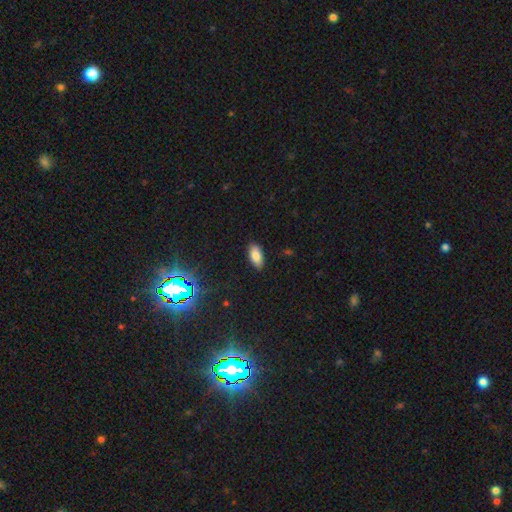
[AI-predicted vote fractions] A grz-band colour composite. It shows a smooth galaxy with no disk features (82%) that is in between round and cigar-shaped (91%). Merging: none (87%).